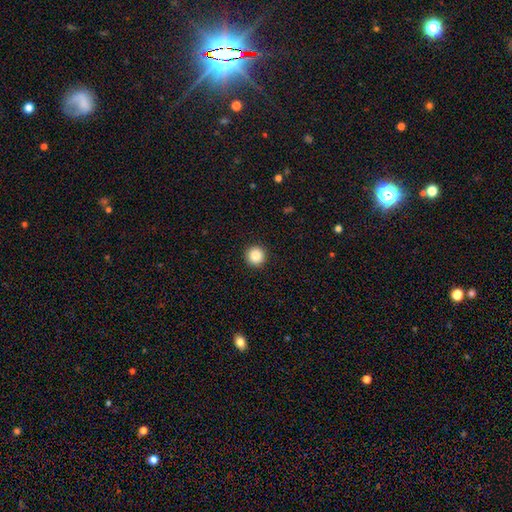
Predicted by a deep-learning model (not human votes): smooth-or-featured: smooth: 87% | star or artifact: 9% | featured or disk: 4%
  how-rounded: round: 95% | in between: 4% | cigar-shaped: 1%
  merging: none: 93% | minor disturbance: 4% | major disturbance: 2% | merger: 1%